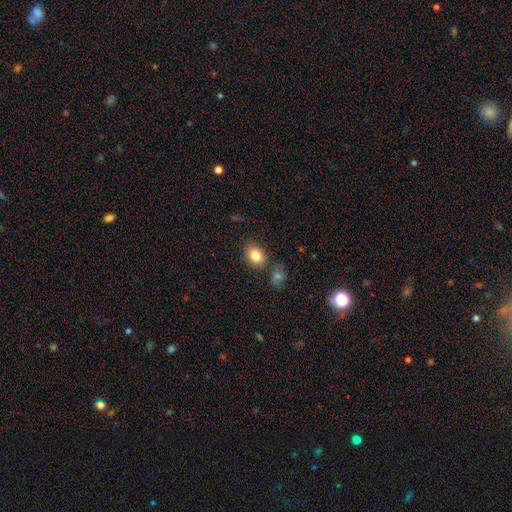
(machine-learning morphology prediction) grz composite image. It shows a smooth galaxy with no disk features (83%) that is in between round and cigar-shaped (62%). Merging: none (79%).